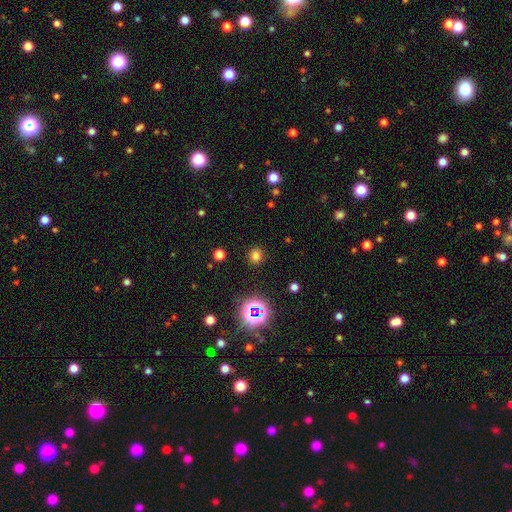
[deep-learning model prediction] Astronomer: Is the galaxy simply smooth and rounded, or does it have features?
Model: smooth — 73%.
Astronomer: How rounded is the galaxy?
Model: round — 84%.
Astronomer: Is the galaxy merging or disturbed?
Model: none — 89%.